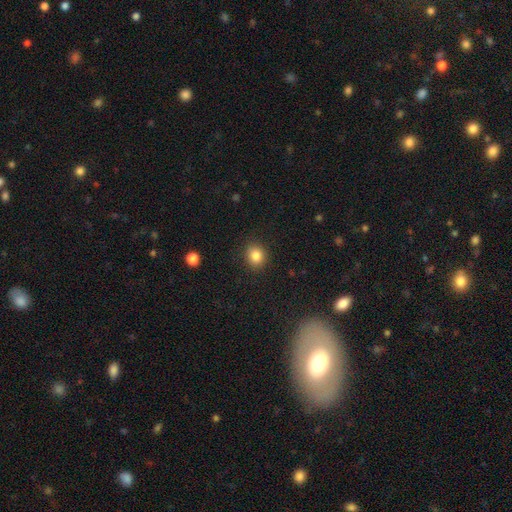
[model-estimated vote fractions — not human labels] Smooth or featured: smooth — 85% (star or artifact — 10%)
How rounded: round — 72% (in between — 27%)
Merging: none — 89% (minor disturbance — 8%)